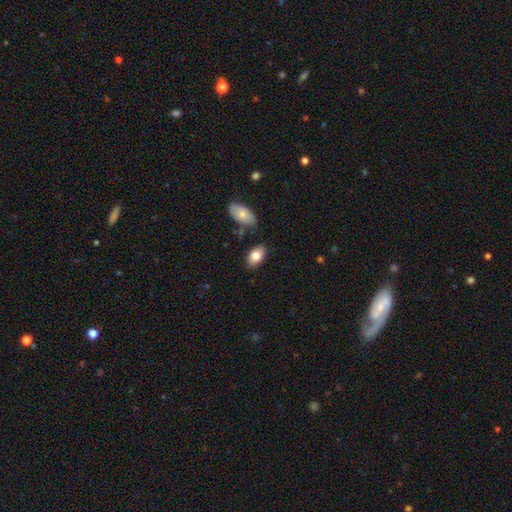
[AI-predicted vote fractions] This appears to be a smooth galaxy with no disk features (80%) that is in between round and cigar-shaped (91%). Merging: none (78%).